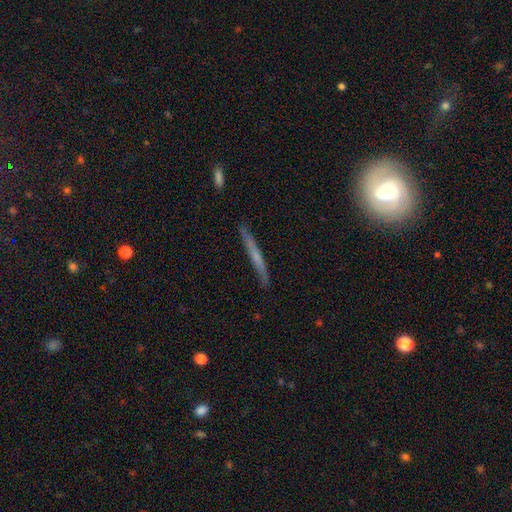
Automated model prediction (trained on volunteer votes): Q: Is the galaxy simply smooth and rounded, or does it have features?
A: smooth — 47%.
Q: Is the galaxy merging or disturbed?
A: none — 87%.